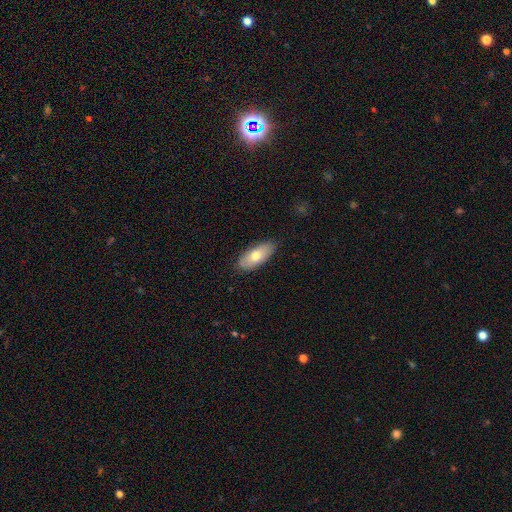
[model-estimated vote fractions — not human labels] Smooth or featured?
  - smooth: 71% *
  - featured or disk: 23%
  - star or artifact: 6%
How rounded?
  - in between: 88% *
  - cigar-shaped: 10%
  - round: 3%
Merging?
  - none: 83% *
  - minor disturbance: 13%
  - major disturbance: 2%
  - merger: 1%